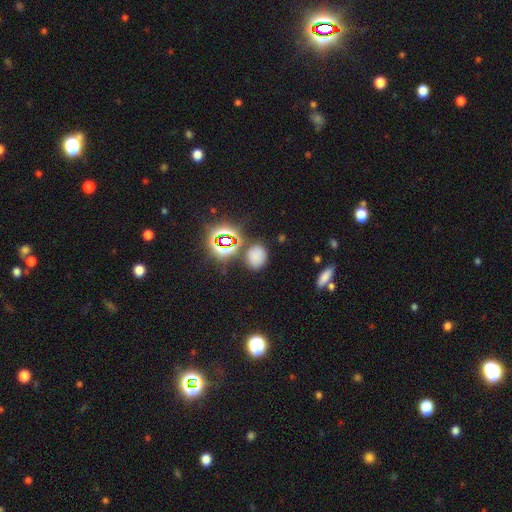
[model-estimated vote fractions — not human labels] Smooth or featured? smooth (64%)
How rounded? round (52%)
Merging? none (77%)